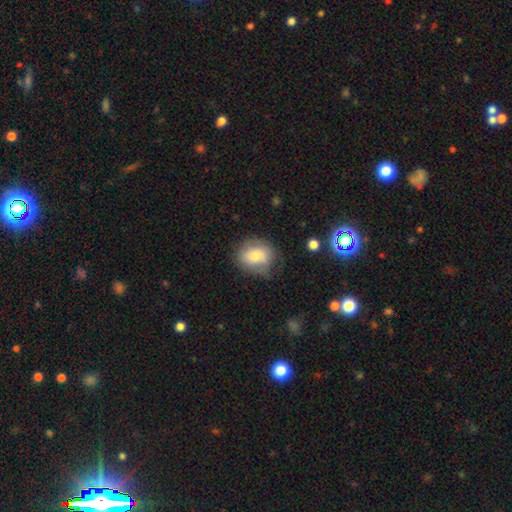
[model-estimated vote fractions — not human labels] This is likely a smooth galaxy (67%). How rounded: possibly round (54%). Merging: likely none (65%).